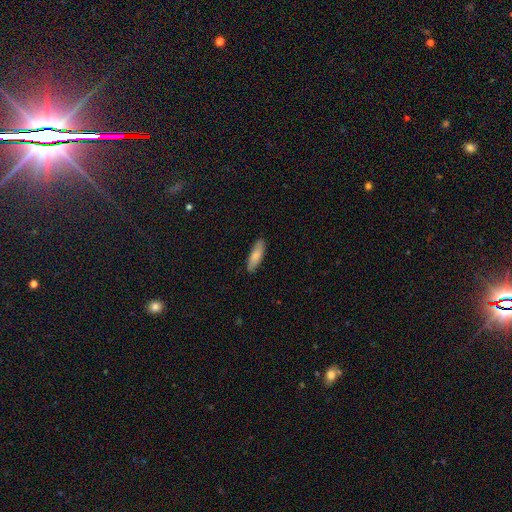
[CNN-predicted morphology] A smooth galaxy with no disk features (80%) that is cigar-shaped (54%). Merging: none (86%).